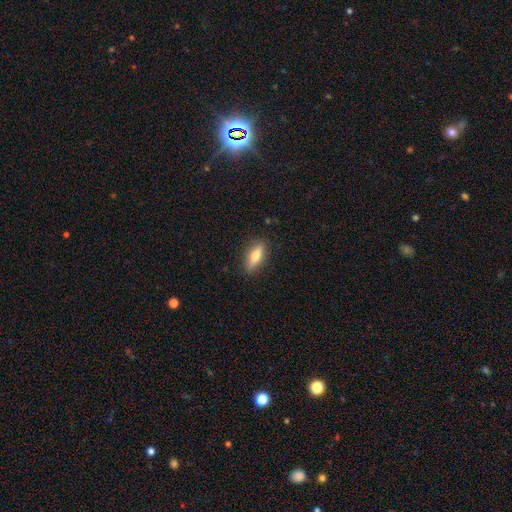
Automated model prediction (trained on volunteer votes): Overall: smooth (68%). How rounded: in between (53%; cigar-shaped 44%). Merging: none (87%).